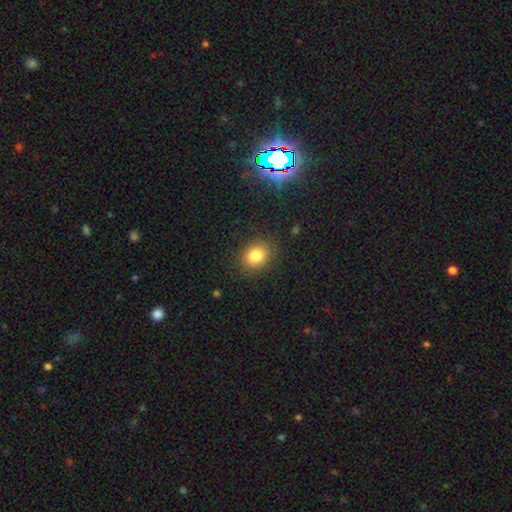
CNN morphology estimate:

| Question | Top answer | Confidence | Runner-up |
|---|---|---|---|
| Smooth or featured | smooth | 83% | star or artifact (11%) |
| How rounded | round | 53% | in between (46%) |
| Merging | none | 85% | minor disturbance (10%) |